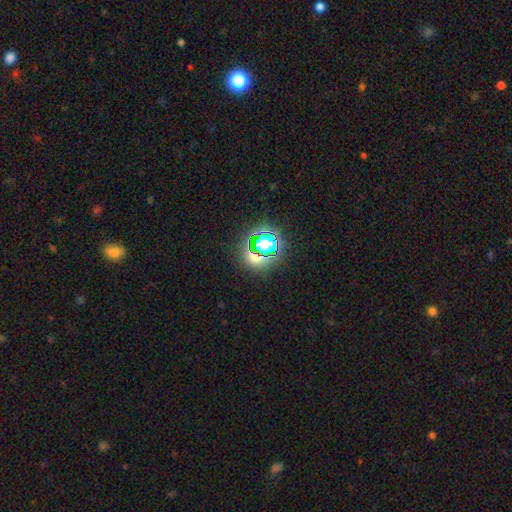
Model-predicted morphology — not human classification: Smooth or featured: star or artifact — 57% (smooth — 32%)